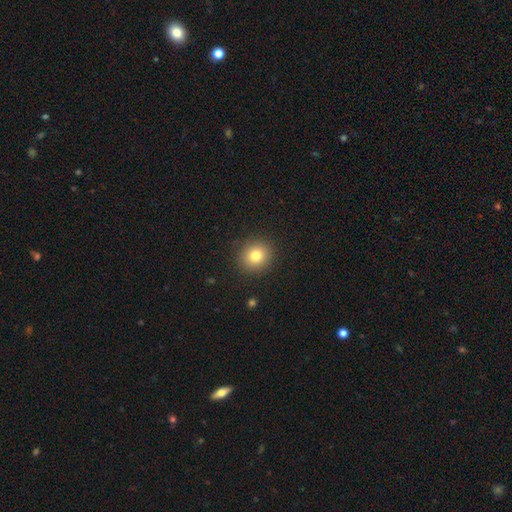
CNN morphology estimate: The model was most divided on "smooth or featured": smooth: 80%, star or artifact: 11%, featured or disk: 9%. More confident: merging — none (90%); how rounded — round (87%).